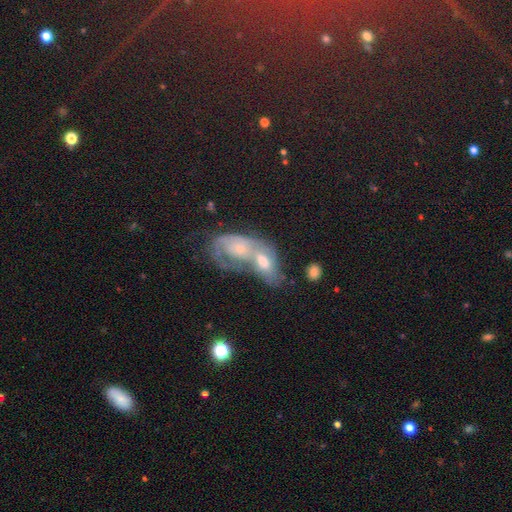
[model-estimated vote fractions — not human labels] featured or disk 58%, smooth 24%, star or artifact 18%. Down the decision tree: edge-on disk — no (94%); bar — no (71%); spiral arms — yes (75%); bulge size — small (46%); merging — merger (62%).